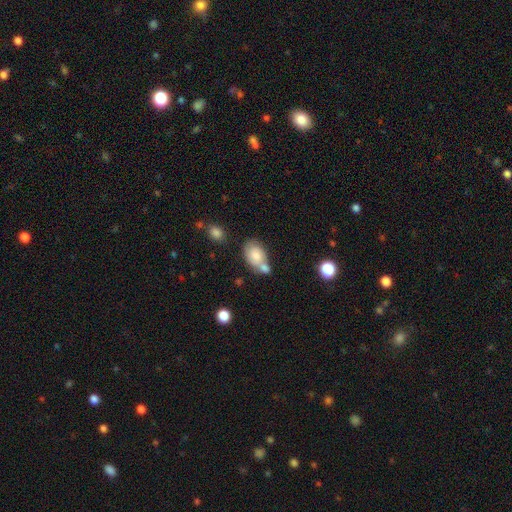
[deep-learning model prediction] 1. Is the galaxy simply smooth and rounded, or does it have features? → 77% smooth, 15% featured or disk, 8% star or artifact.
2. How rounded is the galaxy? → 77% in between, 21% round, 1% cigar-shaped.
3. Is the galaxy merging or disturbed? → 42% merger, 37% none, 15% minor disturbance, 6% major disturbance.